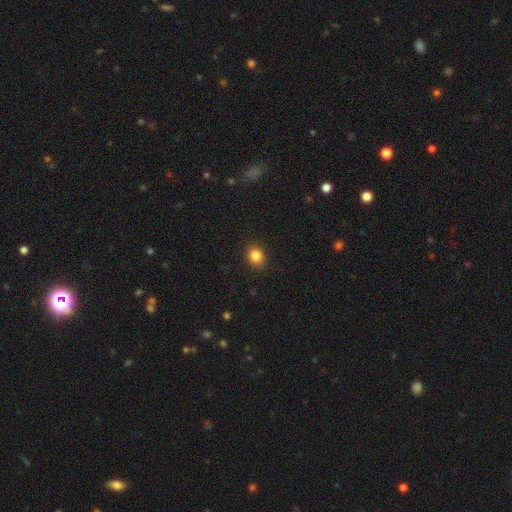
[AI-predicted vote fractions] A smooth galaxy with no disk features (85%) that is round (59%).

Vote fractions:
- Smooth or featured? smooth: 85% / star or artifact: 10% / featured or disk: 5%
- How rounded? round: 59% / in between: 40% / cigar-shaped: 1%
- Merging? none: 90% / minor disturbance: 7% / major disturbance: 2% / merger: 1%